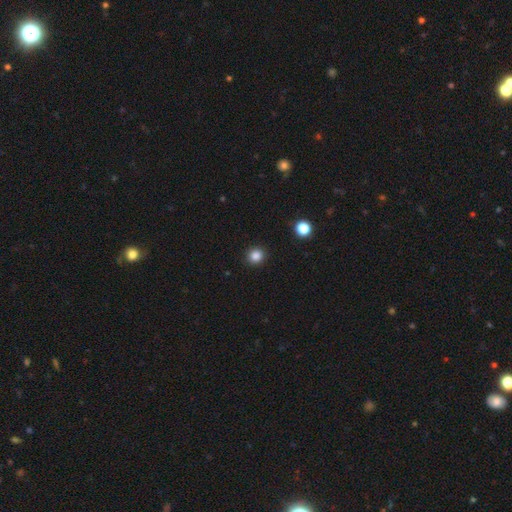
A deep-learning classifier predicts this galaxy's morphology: This is clearly a smooth galaxy (85%). How rounded: clearly round (88%). Merging: clearly none (92%).